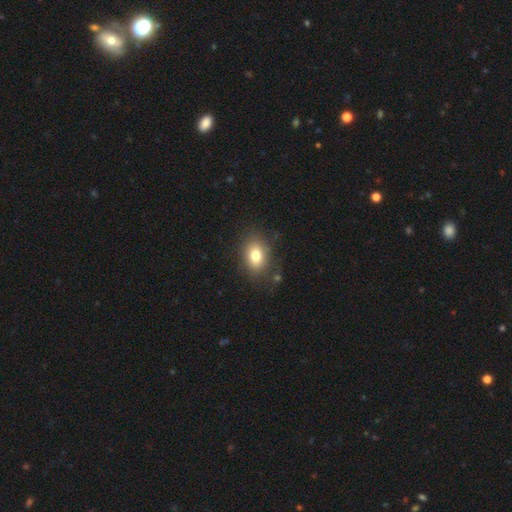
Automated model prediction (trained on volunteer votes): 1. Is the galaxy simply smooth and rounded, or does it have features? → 79% smooth, 11% featured or disk, 10% star or artifact.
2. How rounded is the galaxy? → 74% in between, 24% round, 1% cigar-shaped.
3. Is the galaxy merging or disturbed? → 81% none, 13% minor disturbance, 4% major disturbance, 2% merger.